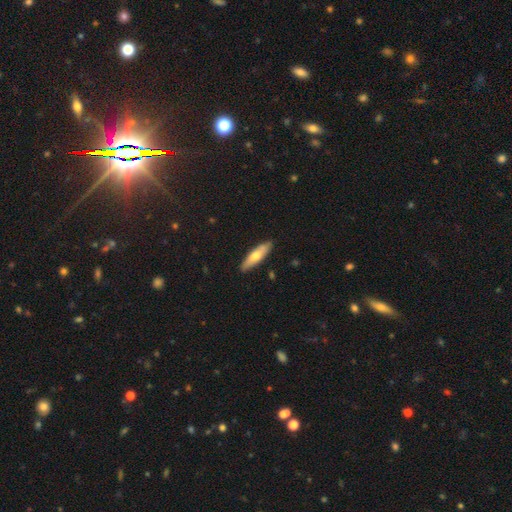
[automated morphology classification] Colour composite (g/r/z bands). It shows a smooth galaxy with no disk features (62%) that is cigar-shaped (64%). Merging: none (88%).